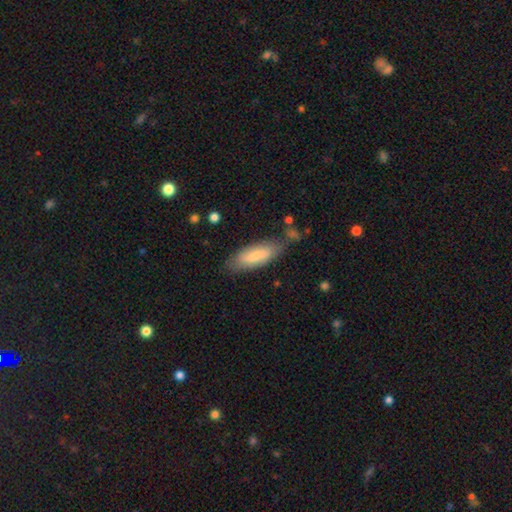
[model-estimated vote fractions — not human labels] A smooth galaxy with no disk features (75%) that is in between round and cigar-shaped (63%).

Vote fractions:
- Smooth or featured? smooth: 75% / featured or disk: 20% / star or artifact: 6%
- How rounded? in between: 63% / cigar-shaped: 36% / round: 2%
- Merging? none: 70% / minor disturbance: 20% / major disturbance: 5% / merger: 4%